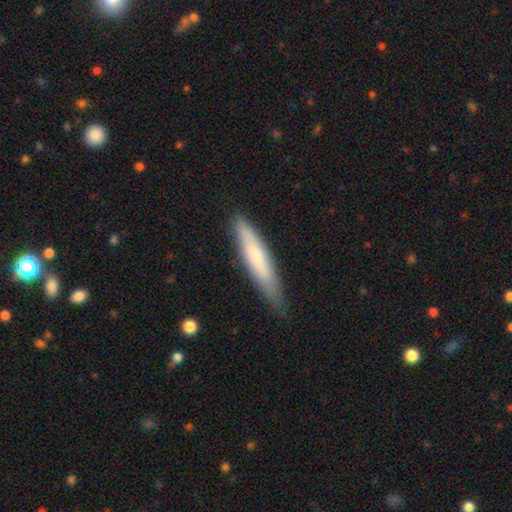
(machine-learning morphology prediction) smooth 64%, featured or disk 30%, star or artifact 5%. Down the decision tree: how rounded — cigar-shaped (88%); merging — none (78%).